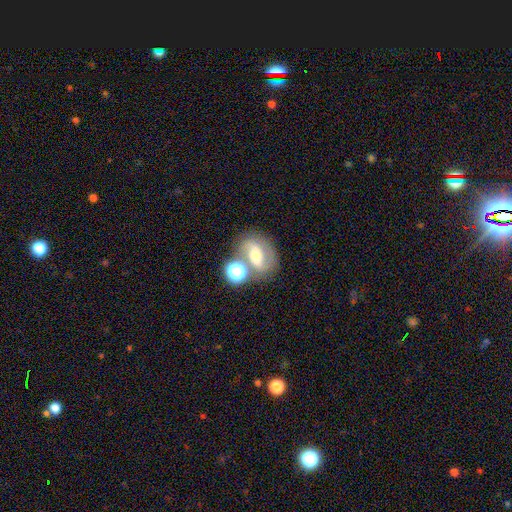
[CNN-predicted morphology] This is possibly a featured or disk galaxy (55%). It is clearly not viewed edge-on (95%). Bar: marginally strong (39%). Spiral arm pattern: likely yes (75%). Central bulge: likely moderate (60%). Merging: possibly none (56%).